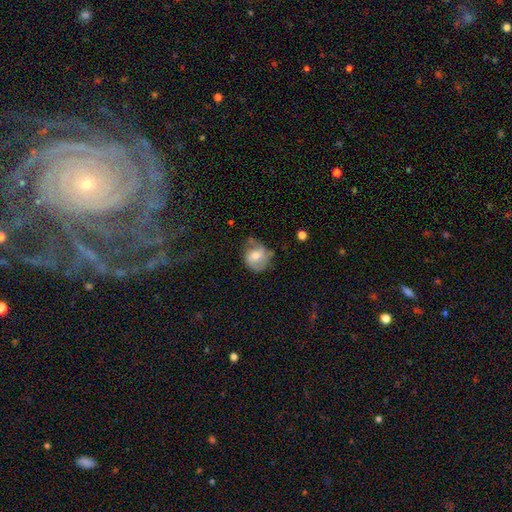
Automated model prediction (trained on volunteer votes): Morphology: type=smooth (51%); roundness=round (71%); merging=none (47%).